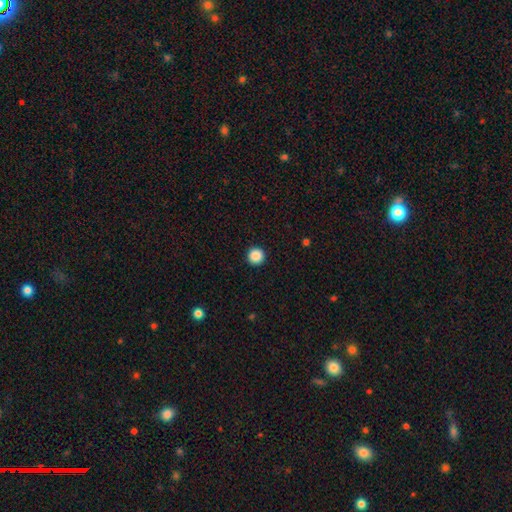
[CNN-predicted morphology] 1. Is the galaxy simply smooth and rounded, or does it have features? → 88% smooth, 10% star or artifact, 3% featured or disk.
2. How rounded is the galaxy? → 96% round, 3% in between, 1% cigar-shaped.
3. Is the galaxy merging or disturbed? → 94% none, 4% minor disturbance, 1% major disturbance, 1% merger.